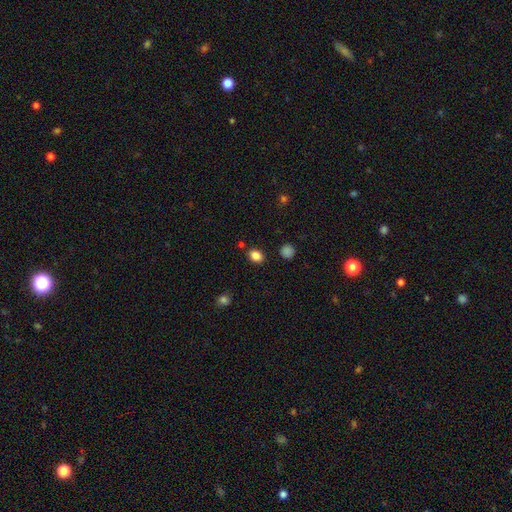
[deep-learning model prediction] A smooth galaxy with no disk features (84%) that is in between round and cigar-shaped (64%). Merging: none (83%).